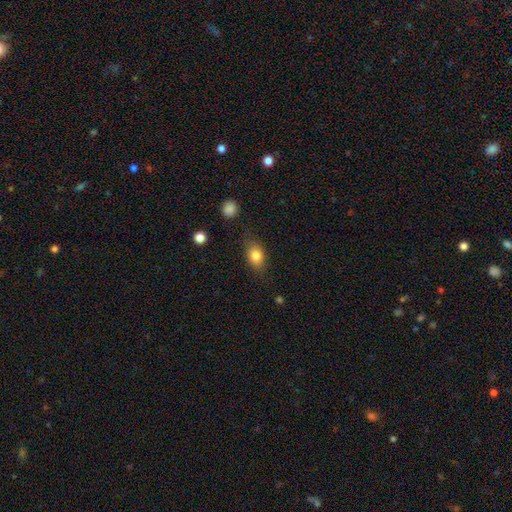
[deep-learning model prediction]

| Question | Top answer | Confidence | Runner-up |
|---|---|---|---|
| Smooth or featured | smooth | 82% | star or artifact (9%) |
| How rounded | in between | 72% | round (26%) |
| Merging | none | 77% | minor disturbance (16%) |